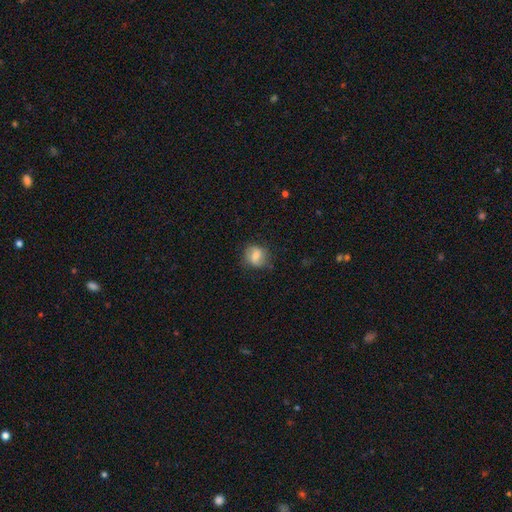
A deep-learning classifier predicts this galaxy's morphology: smooth 60%, featured or disk 31%, star or artifact 8%. Down the decision tree: how rounded — round (65%); merging — none (72%).